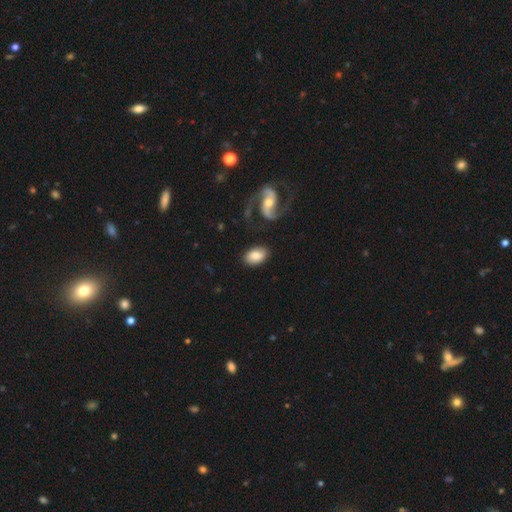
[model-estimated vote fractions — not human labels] This appears to be a smooth galaxy with no disk features (69%) that is in between round and cigar-shaped (89%). Merging: none (76%).